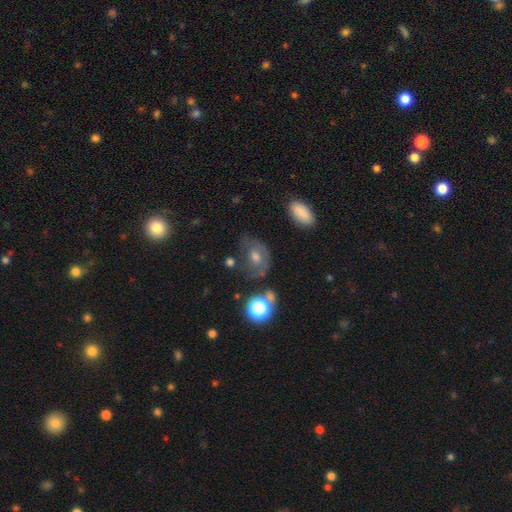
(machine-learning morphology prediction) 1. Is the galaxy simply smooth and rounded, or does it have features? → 44% smooth, 39% featured or disk, 17% star or artifact.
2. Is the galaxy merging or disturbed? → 46% none, 26% minor disturbance, 20% major disturbance, 7% merger.